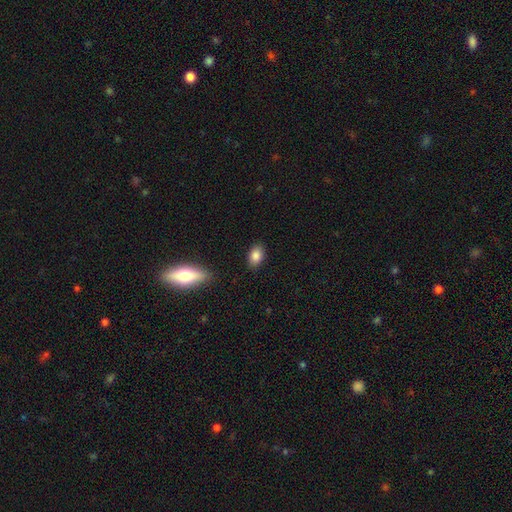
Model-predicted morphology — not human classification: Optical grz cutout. It shows a smooth galaxy with no disk features (85%) that is in between round and cigar-shaped (85%). Merging: none (86%).